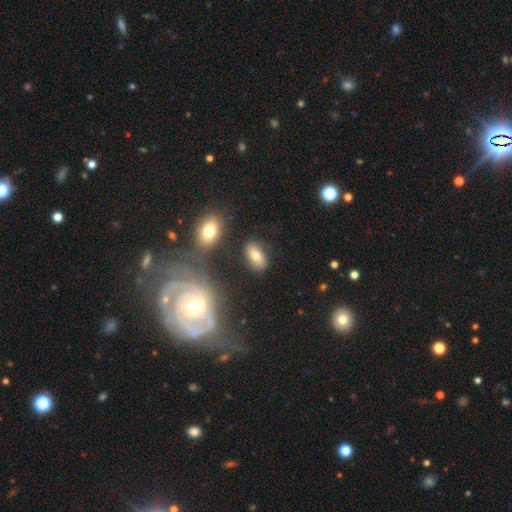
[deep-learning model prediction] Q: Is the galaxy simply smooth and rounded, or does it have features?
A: smooth — 72%.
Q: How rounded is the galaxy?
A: in between — 89%.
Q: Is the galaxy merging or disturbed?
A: none — 82%.